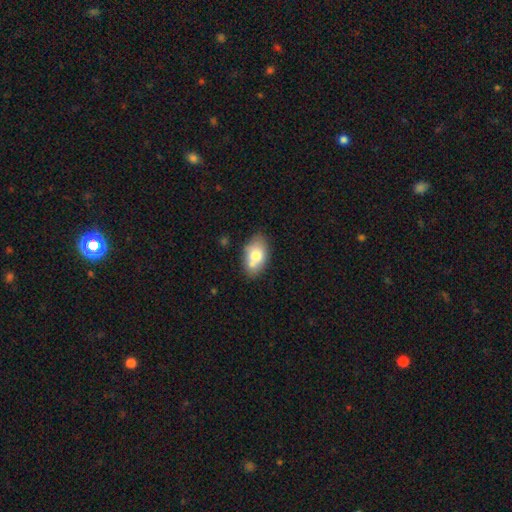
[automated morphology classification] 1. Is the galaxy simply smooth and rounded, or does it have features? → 73% smooth, 20% featured or disk, 7% star or artifact.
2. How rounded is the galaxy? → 89% in between, 9% round, 2% cigar-shaped.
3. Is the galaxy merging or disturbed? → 63% none, 17% minor disturbance, 16% merger, 4% major disturbance.